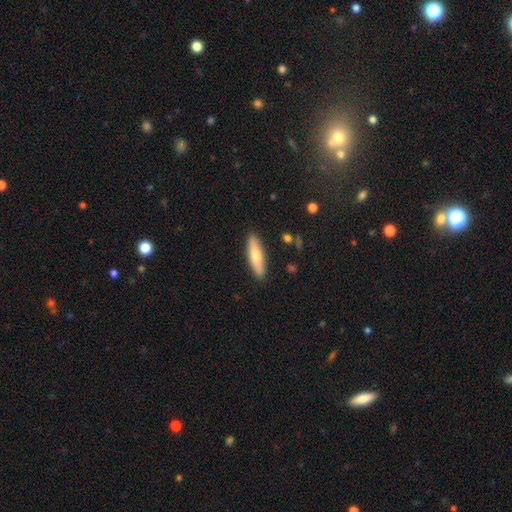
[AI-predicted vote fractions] This is likely a smooth galaxy (64%). How rounded: likely cigar-shaped (69%). Merging: clearly none (89%).